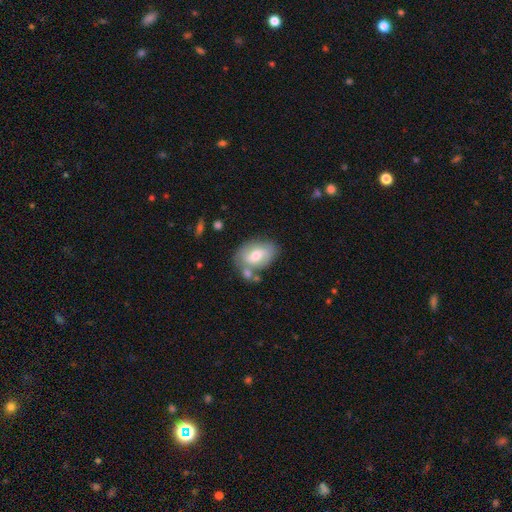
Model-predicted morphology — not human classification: Smooth or featured?
  - smooth: 54% *
  - featured or disk: 39%
  - star or artifact: 7%
How rounded?
  - in between: 85% *
  - round: 14%
  - cigar-shaped: 2%
Merging?
  - none: 57% *
  - minor disturbance: 20%
  - merger: 17%
  - major disturbance: 6%